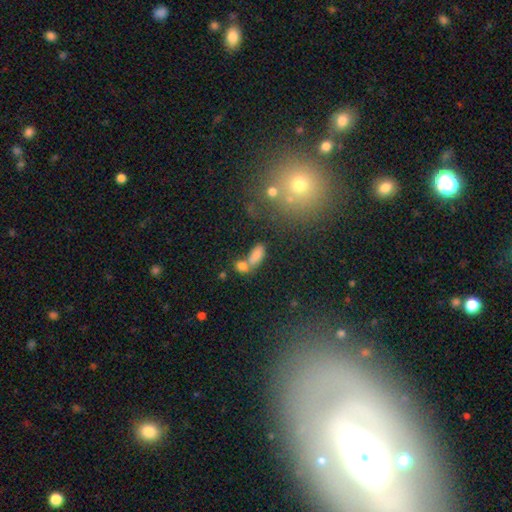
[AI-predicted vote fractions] This is likely a smooth galaxy (76%). How rounded: clearly in between (83%). Merging: possibly merger (52%).